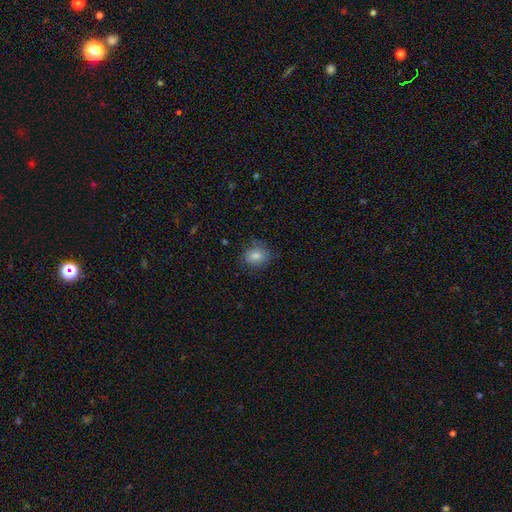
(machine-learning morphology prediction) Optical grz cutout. It shows a smooth galaxy with no disk features (81%) that is round (62%). Merging: none (74%).